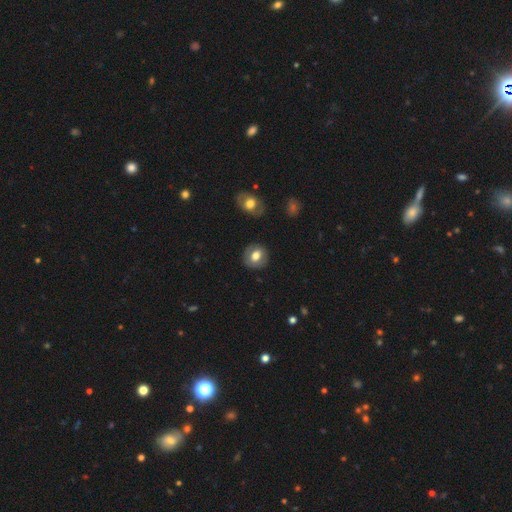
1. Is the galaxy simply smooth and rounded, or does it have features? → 65% smooth, 28% featured or disk, 8% star or artifact.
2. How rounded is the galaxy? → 81% round, 15% in between, 4% cigar-shaped.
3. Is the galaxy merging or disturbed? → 78% none, 19% minor disturbance, 3% major disturbance, 0% merger.